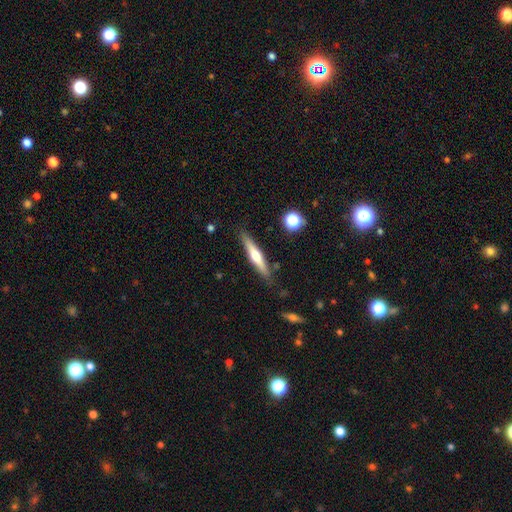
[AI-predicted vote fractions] A featured or disk galaxy (54%) viewed edge-on (94%) with a rounded central bulge (88%).

Vote fractions:
- Smooth or featured? featured or disk: 54% / smooth: 40% / star or artifact: 6%
- Edge-on disk? yes: 94% / no: 6%
- Edge-on bulge? rounded: 88% / none: 9% / boxy: 3%
- Merging? none: 86% / minor disturbance: 10% / merger: 2% / major disturbance: 2%